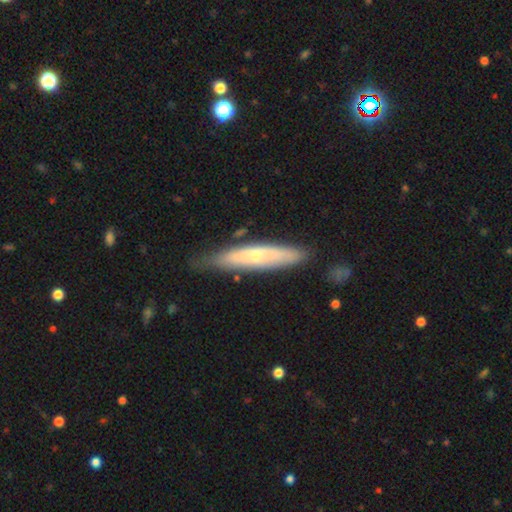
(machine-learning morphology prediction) smooth-or-featured: smooth: 50% | featured or disk: 44% | star or artifact: 6%
  how-rounded: cigar-shaped: 83% | in between: 16% | round: 2%
  merging: none: 74% | minor disturbance: 19% | major disturbance: 4% | merger: 3%